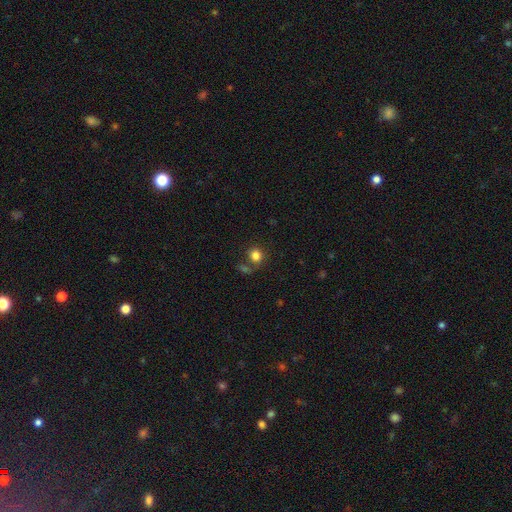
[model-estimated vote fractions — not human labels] smooth-or-featured: smooth: 82% | star or artifact: 12% | featured or disk: 7%
  how-rounded: round: 79% | in between: 20% | cigar-shaped: 1%
  merging: none: 68% | merger: 14% | minor disturbance: 12% | major disturbance: 5%